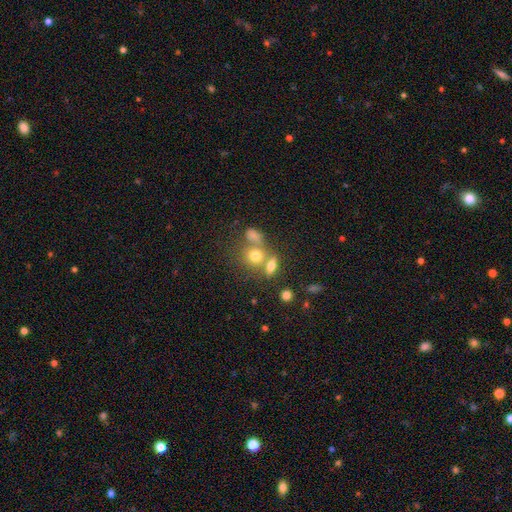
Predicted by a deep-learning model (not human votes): This appears to be a smooth galaxy with no disk features (71%) that is round (64%). Merging: none (43%).